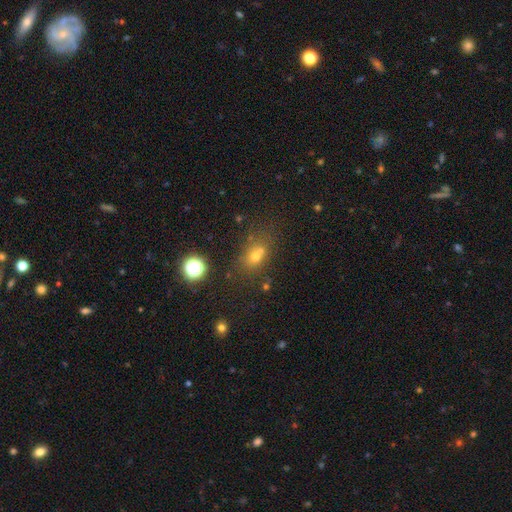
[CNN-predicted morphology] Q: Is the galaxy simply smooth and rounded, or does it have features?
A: smooth — 59%.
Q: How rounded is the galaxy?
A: round — 56%.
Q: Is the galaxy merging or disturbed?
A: none — 51%.